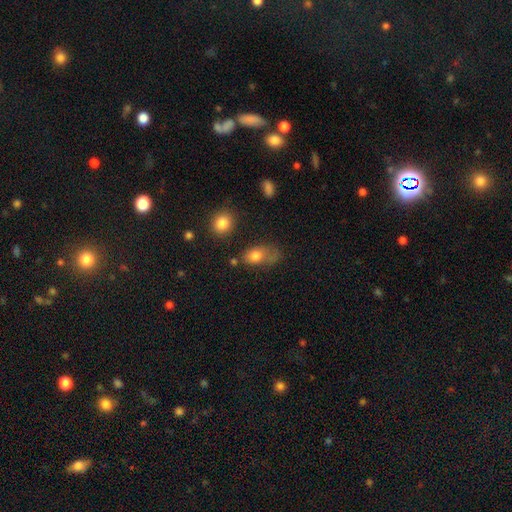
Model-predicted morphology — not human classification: The model was most divided on "merging": none: 34%, minor disturbance: 31%, major disturbance: 28%, merger: 8%. More confident: how rounded — in between (81%); smooth or featured — smooth (76%).